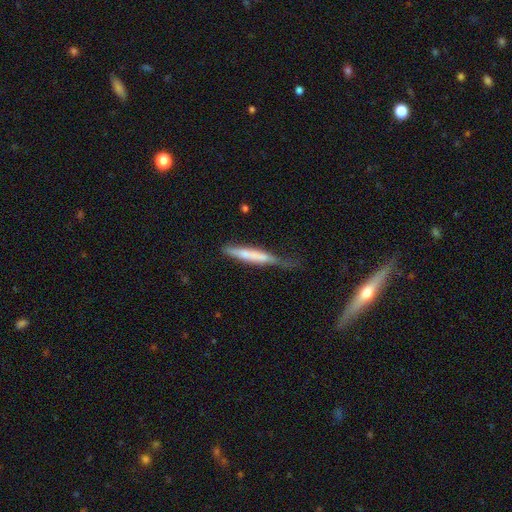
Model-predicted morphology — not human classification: This is possibly a featured or disk galaxy (49%). Merging: likely none (68%).